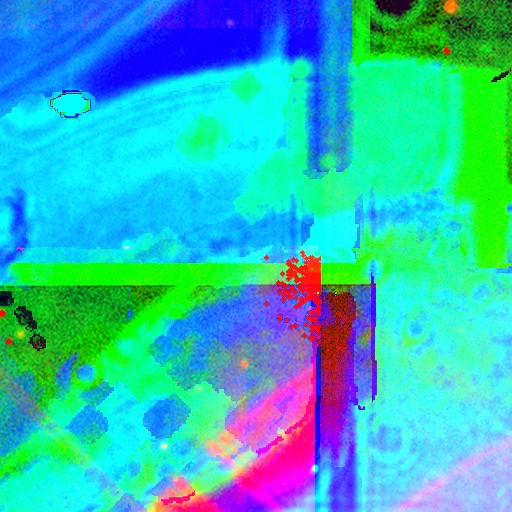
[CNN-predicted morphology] Smooth or featured? Predicted: star or artifact (p=0.86).